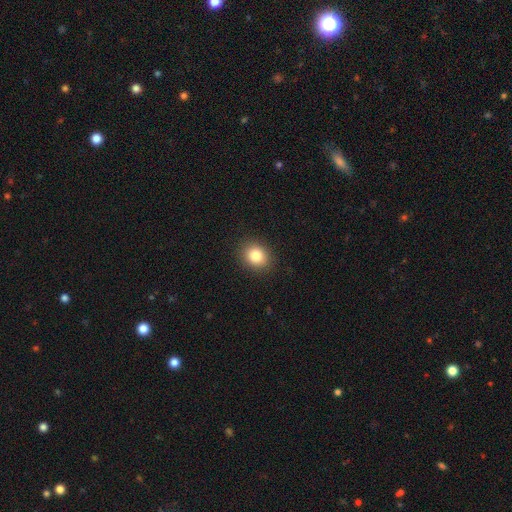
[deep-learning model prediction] The model was most divided on "how rounded": round: 61%, in between: 38%, cigar-shaped: 1%. More confident: merging — none (90%); smooth or featured — smooth (83%).